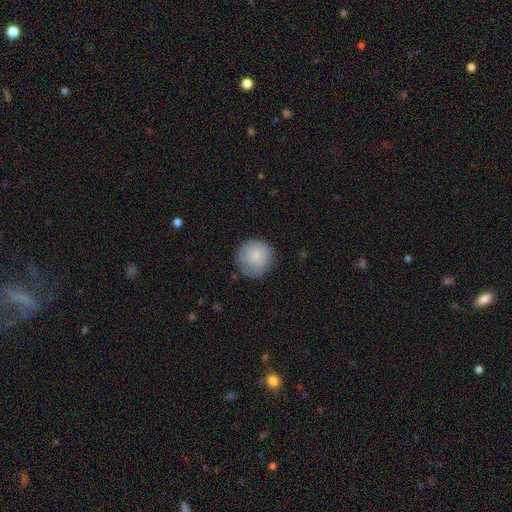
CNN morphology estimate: A smooth galaxy with no disk features (82%) that is round (93%).

Vote fractions:
- Smooth or featured? smooth: 82% / featured or disk: 11% / star or artifact: 7%
- How rounded? round: 93% / in between: 6% / cigar-shaped: 1%
- Merging? none: 75% / minor disturbance: 19% / major disturbance: 4% / merger: 1%